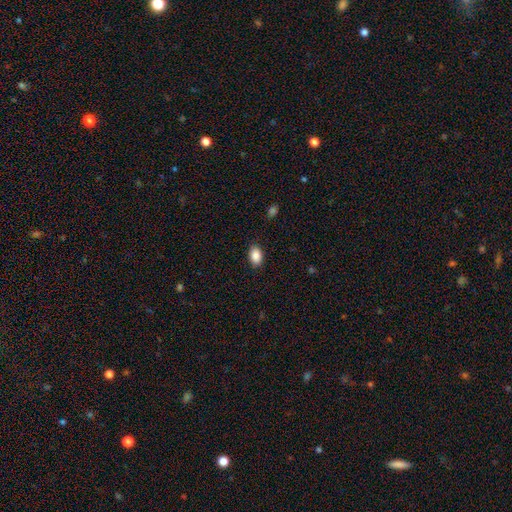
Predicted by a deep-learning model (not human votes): This appears to be a smooth galaxy with no disk features (89%) that is in between round and cigar-shaped (86%). Merging: none (86%).